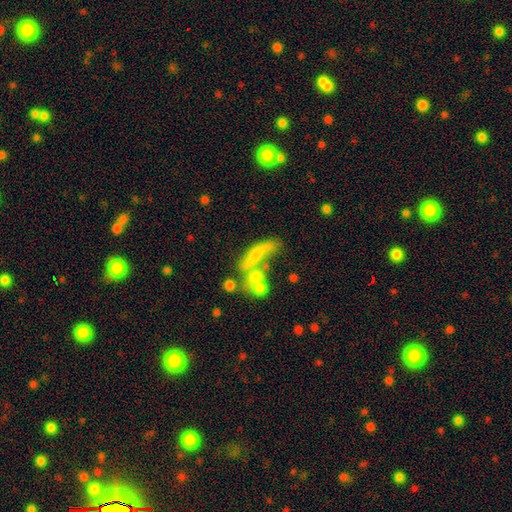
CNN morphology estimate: This is possibly a smooth galaxy (54%). How rounded: possibly cigar-shaped (57%). Merging: marginally merger (36%).